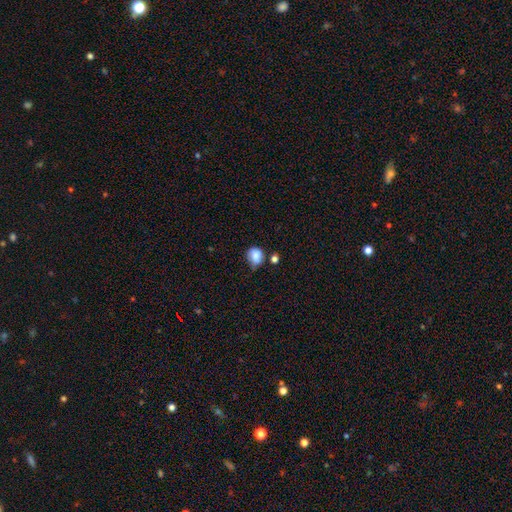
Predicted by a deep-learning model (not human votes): A smooth galaxy with no disk features (83%) that is round (60%). Merging: none (49%).